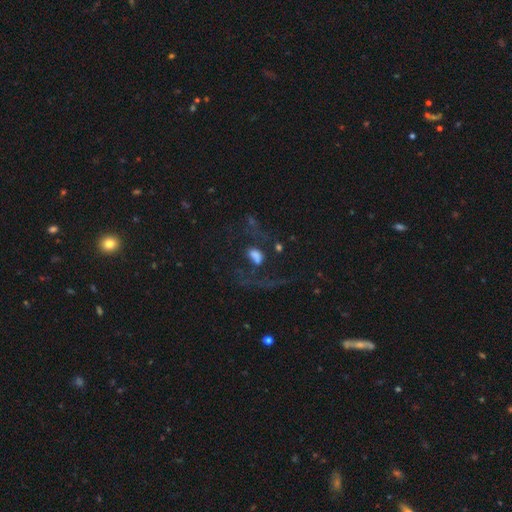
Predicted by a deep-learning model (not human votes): Smooth or featured: featured or disk — 40% (smooth — 38%)
Merging: major disturbance — 38% (none — 37%)